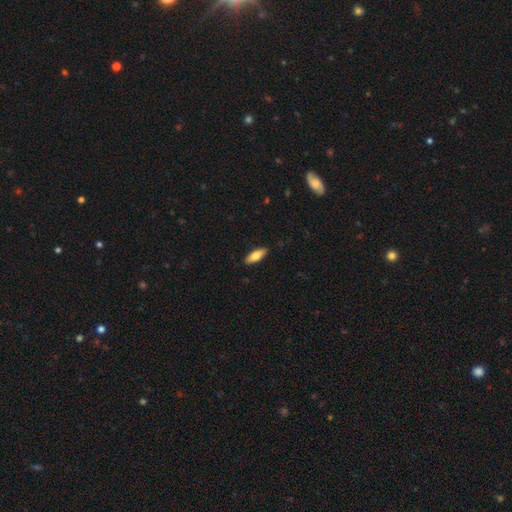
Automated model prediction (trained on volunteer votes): Morphology: type=smooth (77%); roundness=in between (68%); merging=none (89%).